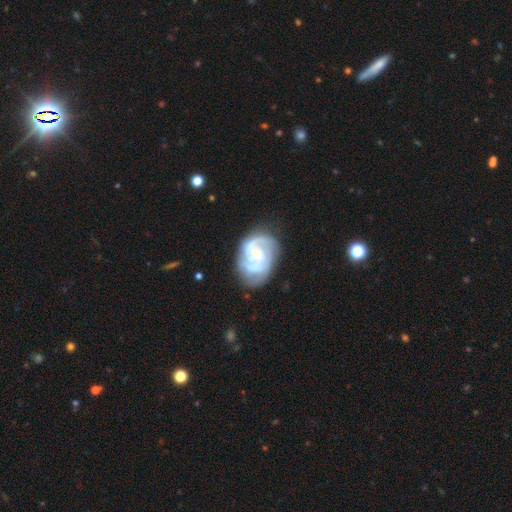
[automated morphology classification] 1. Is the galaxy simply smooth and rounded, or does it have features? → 76% featured or disk, 17% smooth, 7% star or artifact.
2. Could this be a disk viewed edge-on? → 98% no, 2% yes.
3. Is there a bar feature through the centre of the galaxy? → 63% no, 30% weak, 7% strong.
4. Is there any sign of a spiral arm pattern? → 81% yes, 19% no.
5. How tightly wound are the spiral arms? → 45% tight, 40% medium, 15% loose.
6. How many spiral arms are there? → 35% 2, 30% can't tell, 21% 3, 6% 1, 5% 4, 4% more than 4.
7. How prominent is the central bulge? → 46% small, 26% moderate, 22% none, 5% large, 2% dominant.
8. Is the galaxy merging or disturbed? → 55% none, 23% minor disturbance, 16% major disturbance, 6% merger.